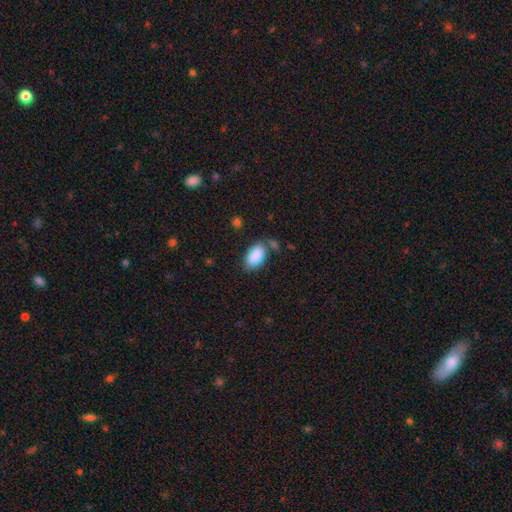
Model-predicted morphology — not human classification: Q: Smooth or featured?
A: smooth (89%); runner-up: star or artifact (7%)
Q: How rounded?
A: in between (94%); runner-up: round (5%)
Q: Merging?
A: none (71%); runner-up: minor disturbance (17%)